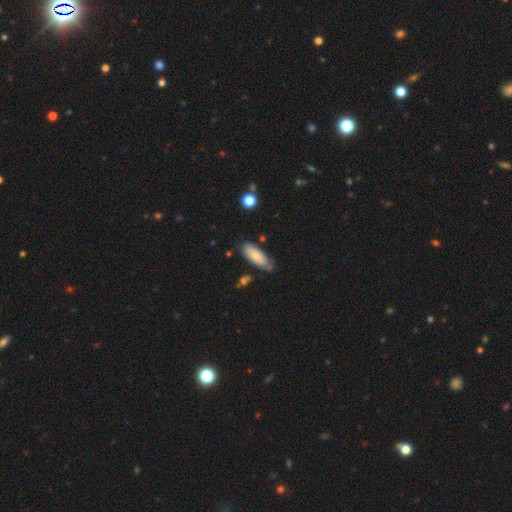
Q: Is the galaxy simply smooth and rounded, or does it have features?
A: smooth — 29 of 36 (81%).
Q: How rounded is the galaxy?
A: in between — 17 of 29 (59%).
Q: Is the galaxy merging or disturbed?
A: none — 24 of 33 (73%).